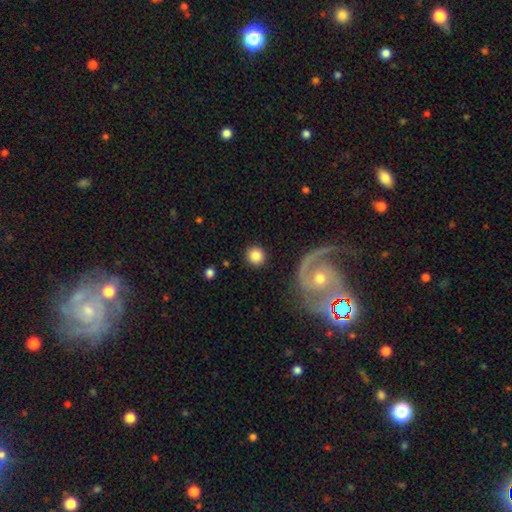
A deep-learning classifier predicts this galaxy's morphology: A smooth galaxy with no disk features (82%) that is round (93%).

Vote fractions:
- Smooth or featured? smooth: 82% / featured or disk: 11% / star or artifact: 8%
- How rounded? round: 93% / in between: 6% / cigar-shaped: 1%
- Merging? none: 89% / minor disturbance: 6% / major disturbance: 3% / merger: 2%